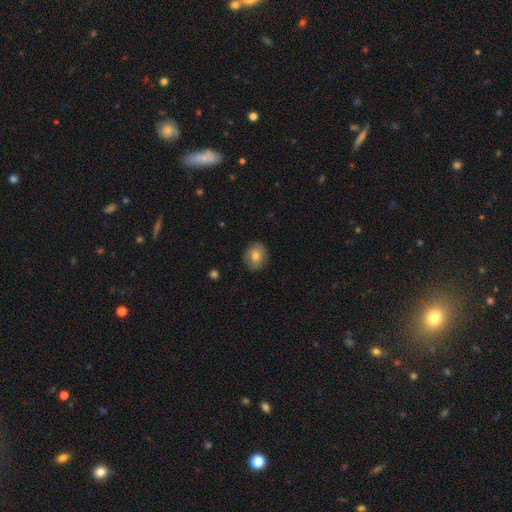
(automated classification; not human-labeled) A smooth galaxy with no disk features (75%) that is round (71%). Merging: none (87%).